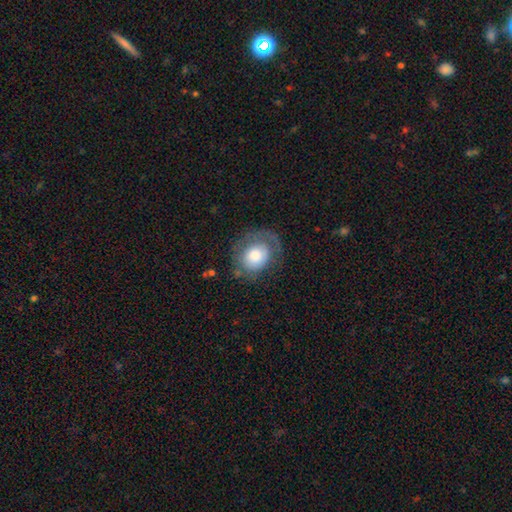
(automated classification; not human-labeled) Smooth or featured?
  - smooth: 60% *
  - featured or disk: 33%
  - star or artifact: 8%
How rounded?
  - round: 62% *
  - in between: 37%
  - cigar-shaped: 1%
Merging?
  - none: 57% *
  - minor disturbance: 23%
  - major disturbance: 18%
  - merger: 2%